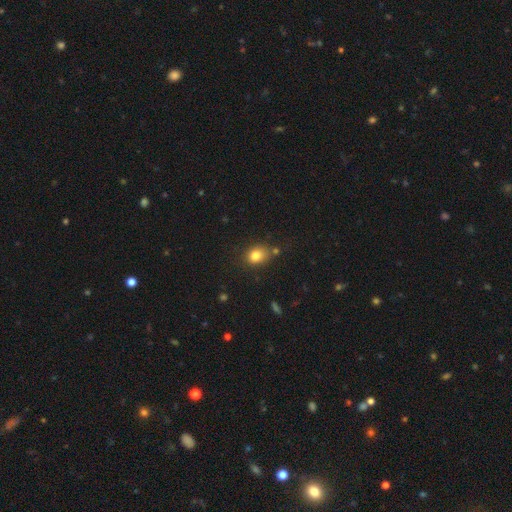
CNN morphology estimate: Smooth or featured: smooth — 81% (star or artifact — 11%)
How rounded: round — 51% (in between — 47%)
Merging: none — 69% (minor disturbance — 17%)